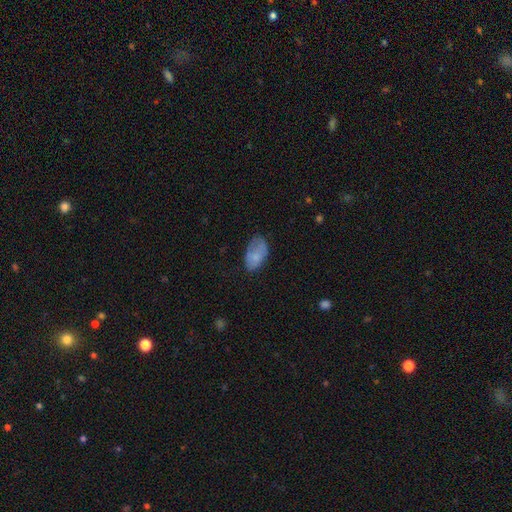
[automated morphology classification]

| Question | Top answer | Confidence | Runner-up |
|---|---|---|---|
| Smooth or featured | smooth | 70% | featured or disk (22%) |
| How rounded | in between | 92% | round (6%) |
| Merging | none | 49% | minor disturbance (33%) |